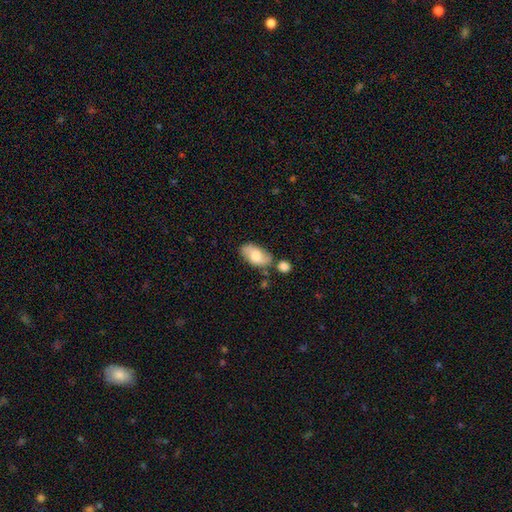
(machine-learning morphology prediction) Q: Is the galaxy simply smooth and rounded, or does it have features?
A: smooth — 60%.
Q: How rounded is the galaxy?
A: in between — 92%.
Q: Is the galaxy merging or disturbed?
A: none — 63%.